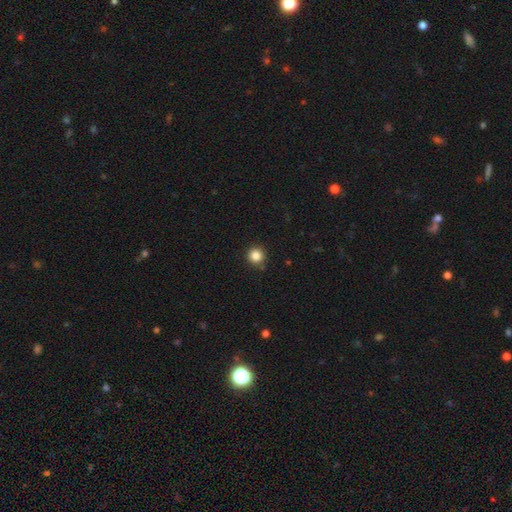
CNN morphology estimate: A smooth galaxy with no disk features (85%) that is round (95%).

Vote fractions:
- Smooth or featured? smooth: 85% / star or artifact: 11% / featured or disk: 4%
- How rounded? round: 95% / in between: 5% / cigar-shaped: 1%
- Merging? none: 88% / minor disturbance: 8% / major disturbance: 2% / merger: 1%